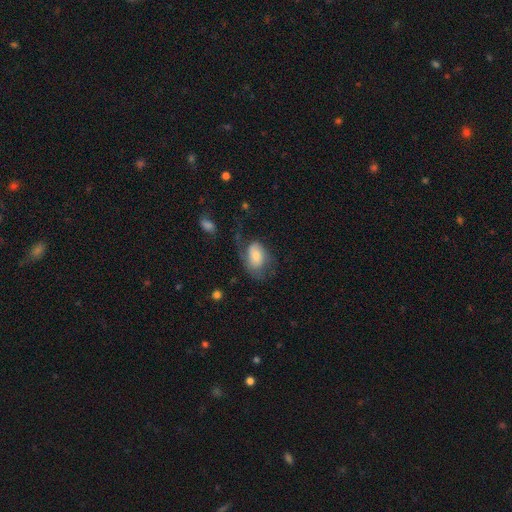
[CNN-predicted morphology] smooth_or_featured: smooth (p=0.52) [alt: featured or disk p=0.40]
how_rounded: in between (p=0.86) [alt: round p=0.13]
merging: major disturbance (p=0.39) [alt: none p=0.35]